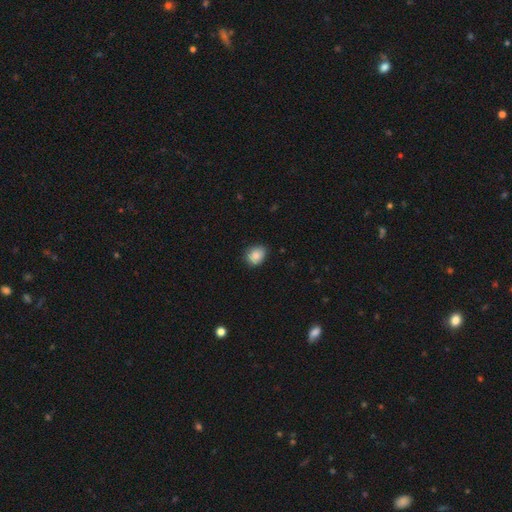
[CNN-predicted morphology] A smooth galaxy with no disk features (88%) that is in between round and cigar-shaped (51%). Merging: none (81%).